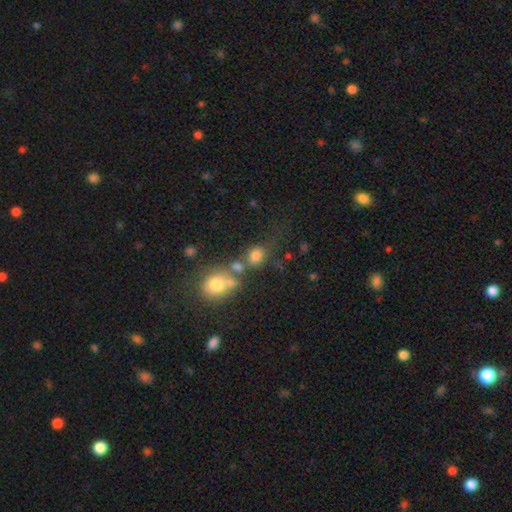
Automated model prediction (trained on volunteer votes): Smooth or featured: smooth — 75% (star or artifact — 15%)
How rounded: in between — 55% (round — 43%)
Merging: none — 46% (merger — 26%)